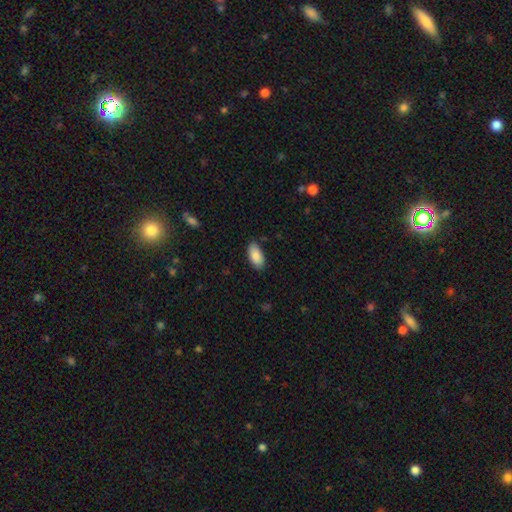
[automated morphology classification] smooth 87%, featured or disk 7%, star or artifact 6%. Down the decision tree: how rounded — in between (94%); merging — none (84%).